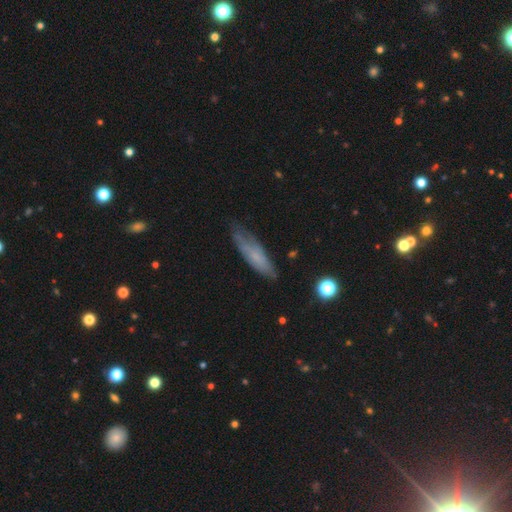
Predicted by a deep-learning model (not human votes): smooth 57%, featured or disk 35%, star or artifact 9%. Down the decision tree: how rounded — cigar-shaped (61%); merging — none (61%).